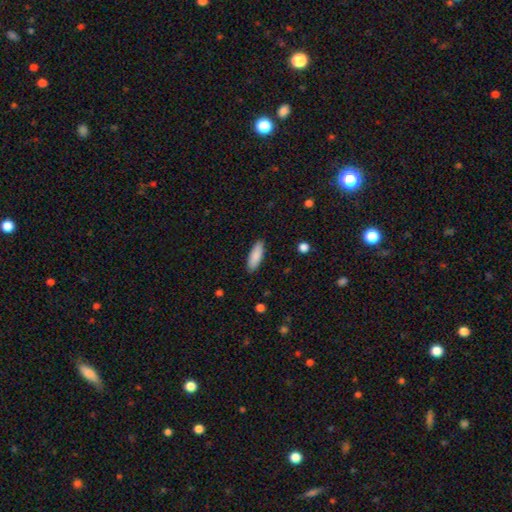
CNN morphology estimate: The model was most divided on "how rounded": in between: 60%, cigar-shaped: 38%, round: 2%. More confident: merging — none (89%); smooth or featured — smooth (88%).